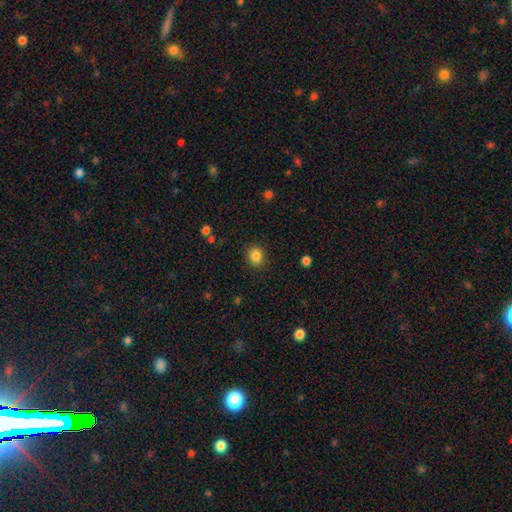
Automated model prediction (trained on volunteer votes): The model was most divided on "how rounded": round: 82%, in between: 17%, cigar-shaped: 1%. More confident: merging — none (89%); smooth or featured — smooth (86%).